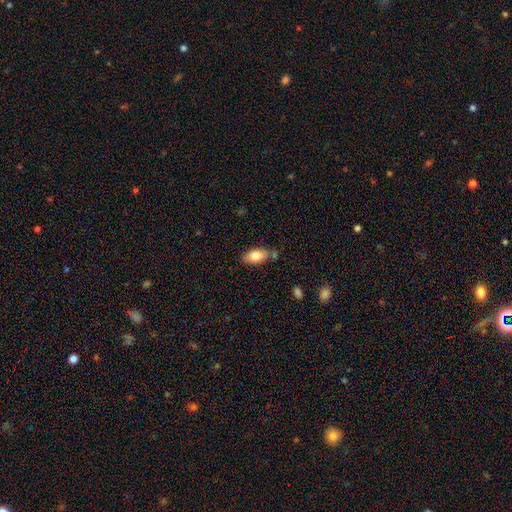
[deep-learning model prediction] This is likely a smooth galaxy (78%). How rounded: clearly in between (90%). Merging: likely none (75%).